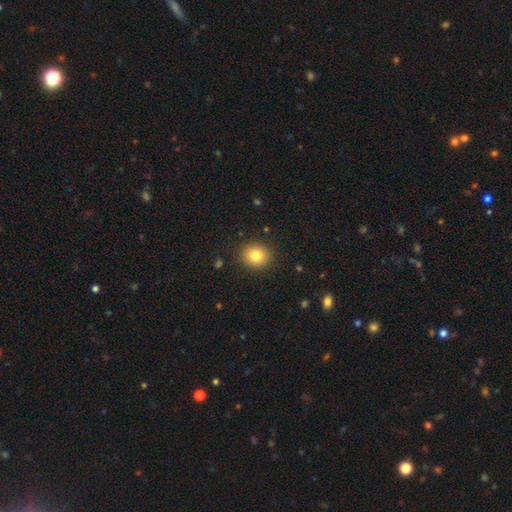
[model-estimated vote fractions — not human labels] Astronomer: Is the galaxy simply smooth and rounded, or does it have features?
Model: smooth — 82%.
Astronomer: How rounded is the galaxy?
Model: round — 78%.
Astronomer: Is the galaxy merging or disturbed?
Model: none — 89%.